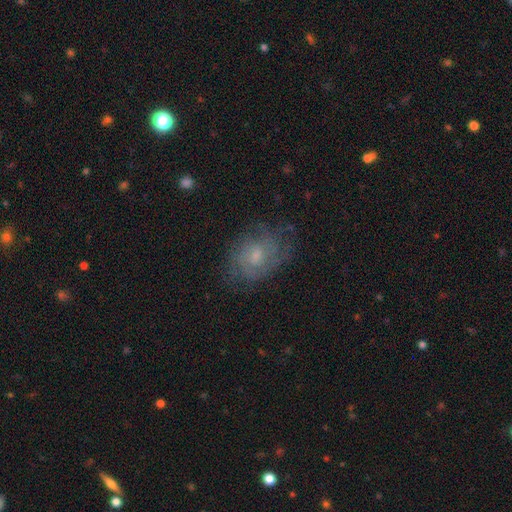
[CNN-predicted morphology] Smooth or featured? Predicted: featured or disk (p=0.59). Edge-on disk? Predicted: no (p=0.96). Bar? Predicted: no (p=0.65). Spiral arms? Predicted: yes (p=0.79). Bulge size? Predicted: small (p=0.47). Merging? Predicted: none (p=0.68).